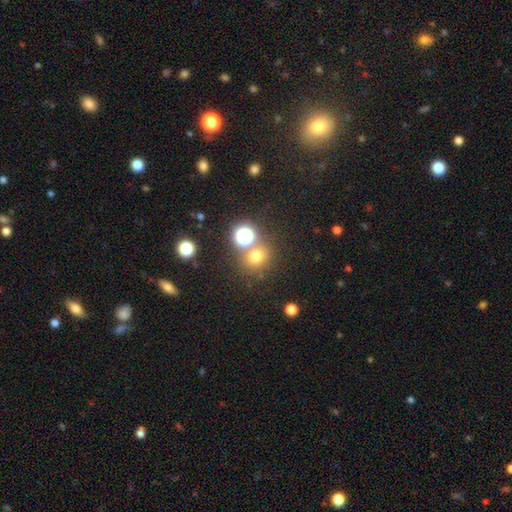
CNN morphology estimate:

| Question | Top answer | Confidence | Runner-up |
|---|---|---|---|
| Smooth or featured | smooth | 67% | star or artifact (25%) |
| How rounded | round | 84% | in between (15%) |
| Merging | none | 69% | merger (19%) |